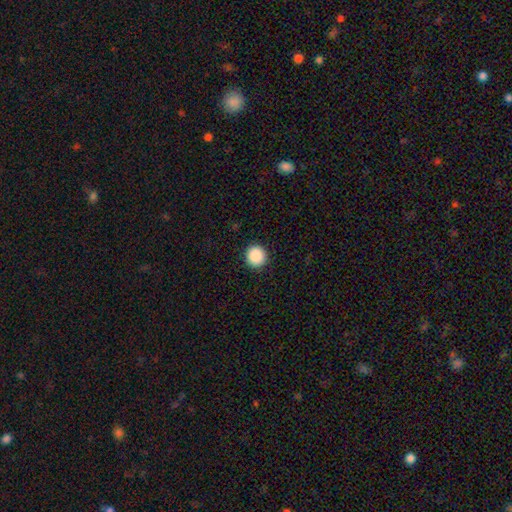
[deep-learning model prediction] smooth_or_featured: smooth (p=0.89) [alt: star or artifact p=0.08]
how_rounded: round (p=0.92) [alt: in between p=0.07]
merging: none (p=0.92) [alt: minor disturbance p=0.05]